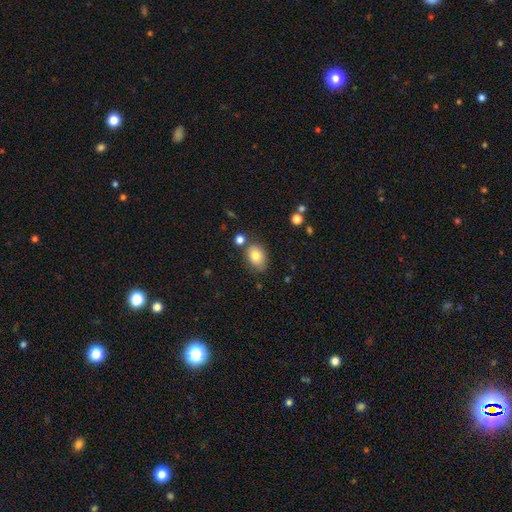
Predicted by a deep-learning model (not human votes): Overall: smooth (80%). How rounded: in between (75%). Merging: none (72%).